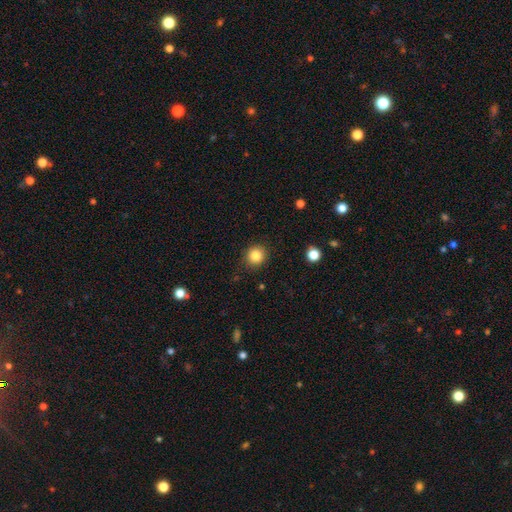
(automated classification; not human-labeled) Smooth or featured? Predicted: smooth (p=0.85). How rounded? Predicted: round (p=0.90). Merging? Predicted: none (p=0.89).